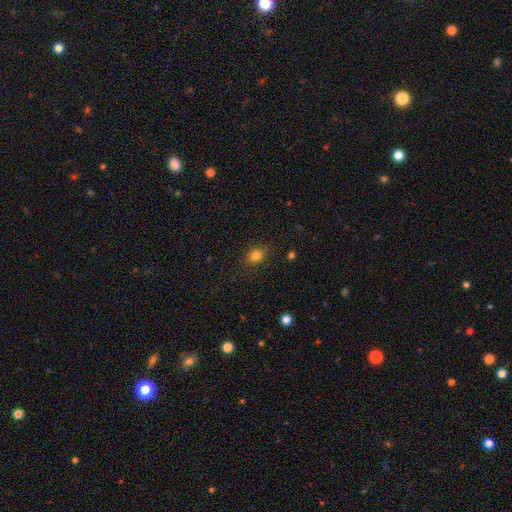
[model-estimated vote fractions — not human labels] Morphology: type=smooth (82%); roundness=round (52%); merging=none (84%).